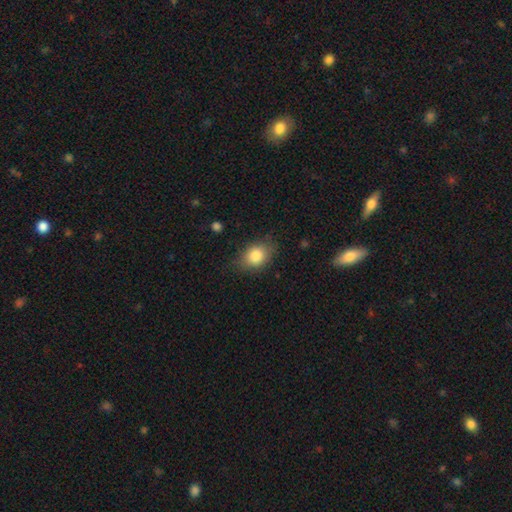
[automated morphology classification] This is clearly a smooth galaxy (83%). How rounded: likely in between (70%). Merging: likely none (73%).